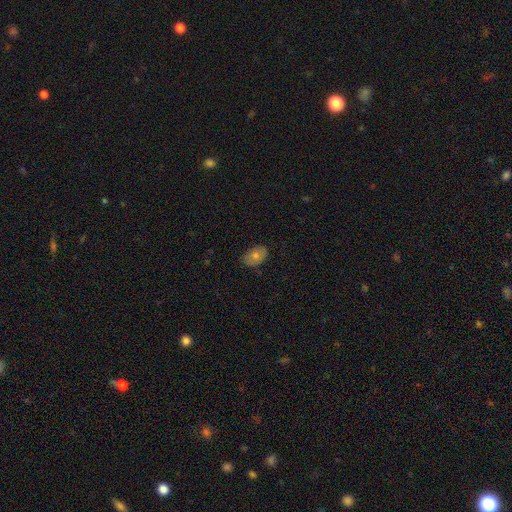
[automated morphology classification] Smooth or featured: smooth — 56% (featured or disk — 34%)
How rounded: in between — 79% (round — 20%)
Merging: none — 79% (minor disturbance — 17%)